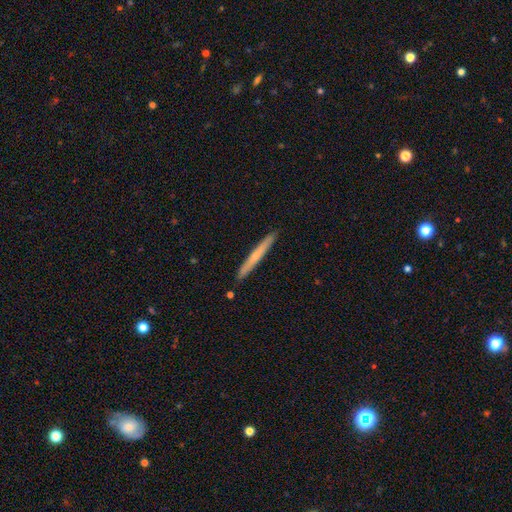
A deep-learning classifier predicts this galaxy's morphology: Q: Smooth or featured?
A: smooth (50%); runner-up: featured or disk (44%)
Q: How rounded?
A: cigar-shaped (97%); runner-up: in between (2%)
Q: Merging?
A: none (91%); runner-up: minor disturbance (6%)